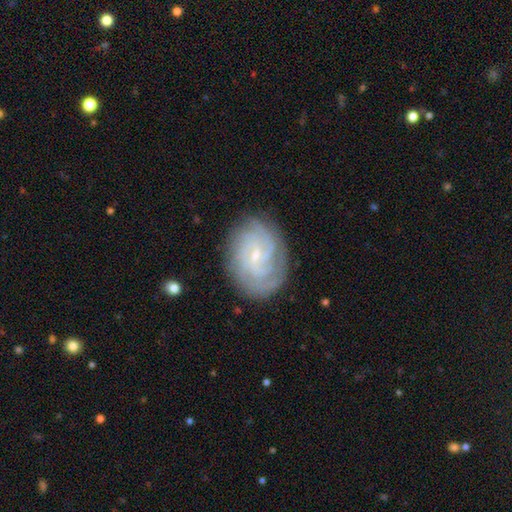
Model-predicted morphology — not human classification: A featured or disk galaxy (83%) with no bar (51%), tight (72%) spiral arms (97%) and a small central bulge (81%). Merging: none (81%).